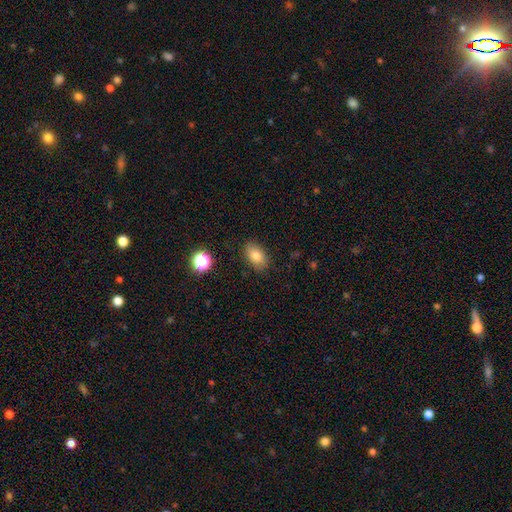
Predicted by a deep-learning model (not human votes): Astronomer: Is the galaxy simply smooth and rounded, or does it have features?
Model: smooth — 81%.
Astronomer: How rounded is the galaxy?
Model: in between — 87%.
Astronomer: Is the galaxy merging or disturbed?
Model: none — 85%.